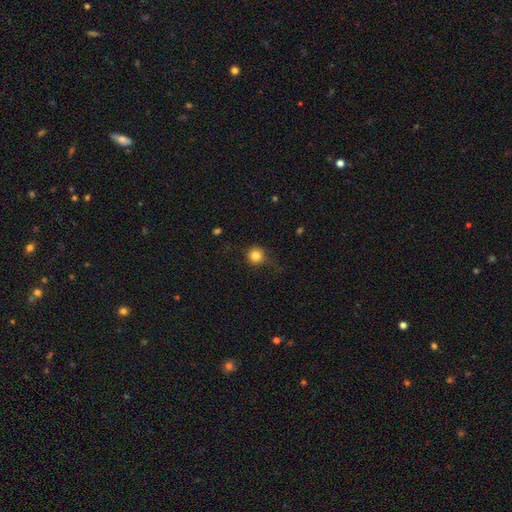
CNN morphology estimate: Overall: smooth (81%). How rounded: round (94%). Merging: none (75%).